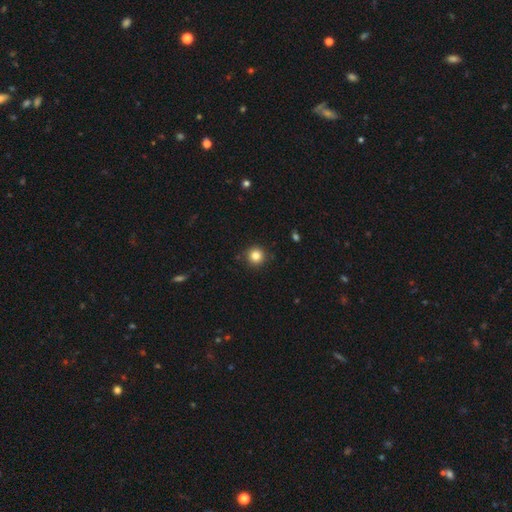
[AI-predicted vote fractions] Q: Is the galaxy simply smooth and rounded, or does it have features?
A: smooth — 83%.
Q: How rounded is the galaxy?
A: round — 95%.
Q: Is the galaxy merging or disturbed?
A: none — 90%.